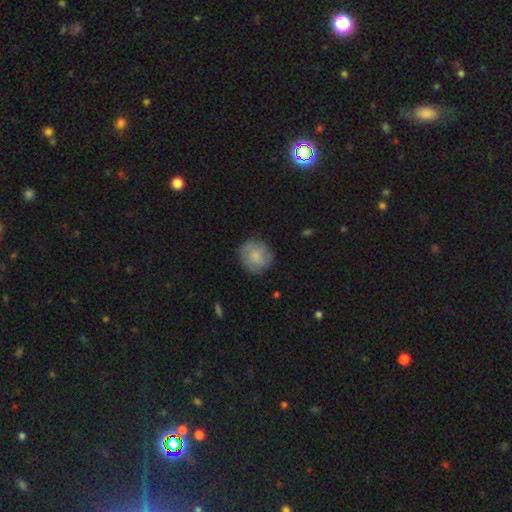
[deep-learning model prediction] A smooth galaxy with no disk features (63%) that is round (86%).

Vote fractions:
- Smooth or featured? smooth: 63% / featured or disk: 30% / star or artifact: 7%
- How rounded? round: 86% / in between: 13% / cigar-shaped: 1%
- Merging? none: 79% / minor disturbance: 16% / major disturbance: 4% / merger: 1%